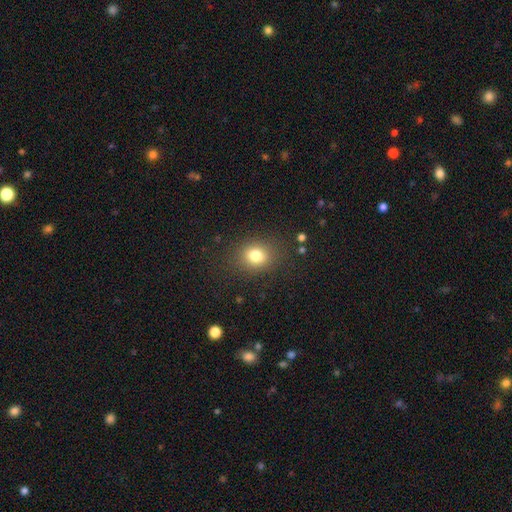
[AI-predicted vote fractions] Smooth or featured?
  - smooth: 79% *
  - star or artifact: 13%
  - featured or disk: 8%
How rounded?
  - round: 54% *
  - in between: 45%
  - cigar-shaped: 1%
Merging?
  - none: 83% *
  - minor disturbance: 11%
  - major disturbance: 5%
  - merger: 1%